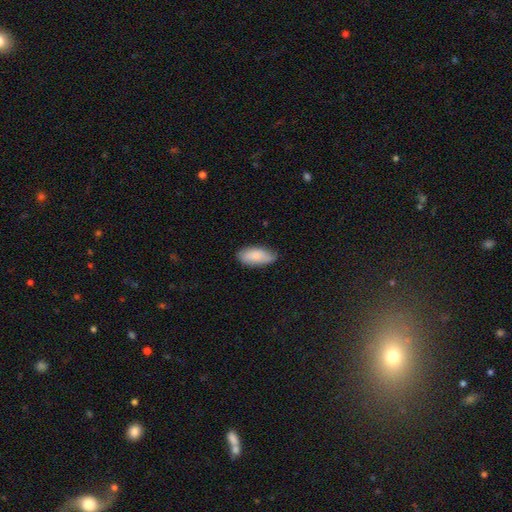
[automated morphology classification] Q: Smooth or featured?
A: smooth (86%); runner-up: featured or disk (9%)
Q: How rounded?
A: in between (89%); runner-up: cigar-shaped (9%)
Q: Merging?
A: none (76%); runner-up: minor disturbance (20%)